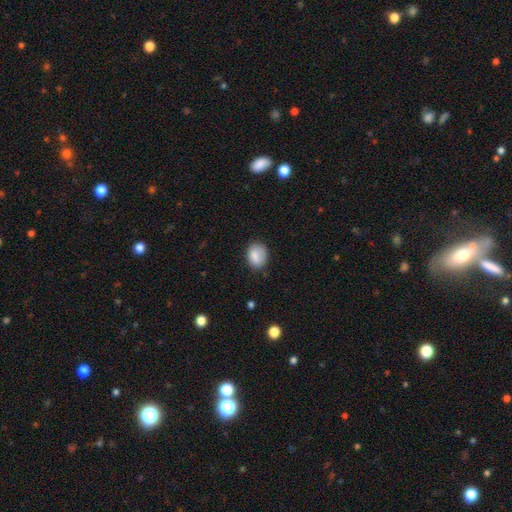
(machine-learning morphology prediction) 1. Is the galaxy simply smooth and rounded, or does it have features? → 84% smooth, 8% featured or disk, 8% star or artifact.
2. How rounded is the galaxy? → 62% in between, 37% round, 1% cigar-shaped.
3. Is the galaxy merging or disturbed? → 72% none, 21% minor disturbance, 5% major disturbance, 2% merger.